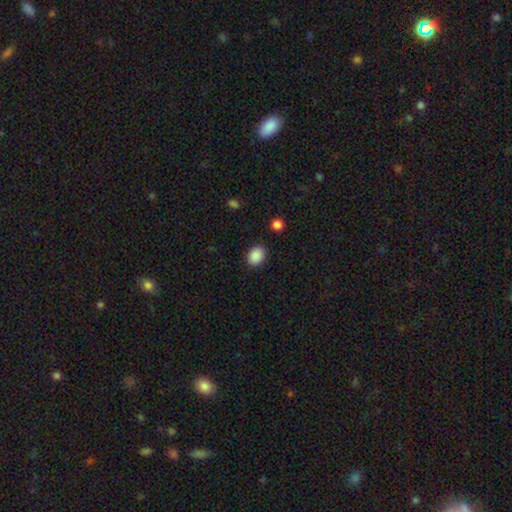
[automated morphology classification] Q: Smooth or featured?
A: smooth (89%); runner-up: star or artifact (8%)
Q: How rounded?
A: in between (62%); runner-up: round (37%)
Q: Merging?
A: none (87%); runner-up: minor disturbance (9%)